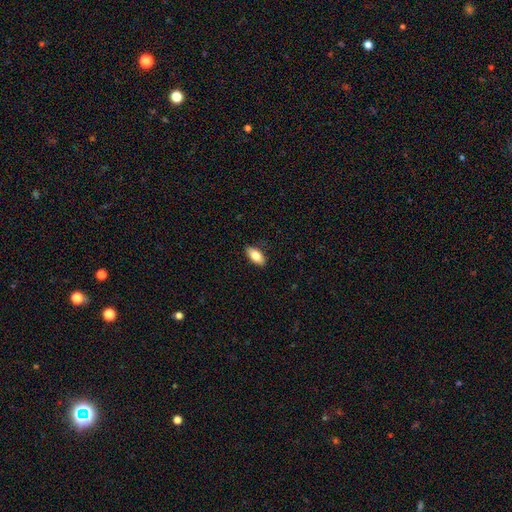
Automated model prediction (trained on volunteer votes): smooth_or_featured: smooth (p=0.79) [alt: featured or disk p=0.14]
how_rounded: in between (p=0.89) [alt: cigar-shaped p=0.08]
merging: none (p=0.88) [alt: minor disturbance p=0.10]